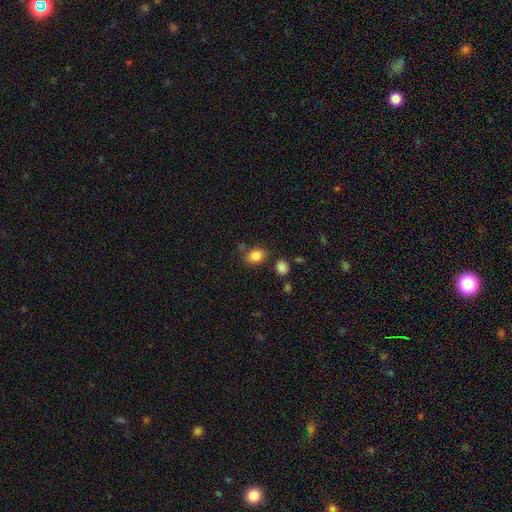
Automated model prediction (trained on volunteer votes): Overall: smooth (85%). How rounded: in between (63%; round 36%). Merging: none (76%).